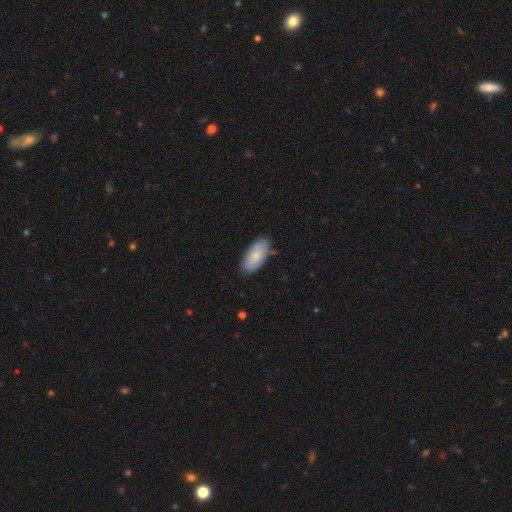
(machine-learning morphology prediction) This appears to be a smooth galaxy with no disk features (79%) that is in between round and cigar-shaped (93%). Merging: none (82%).